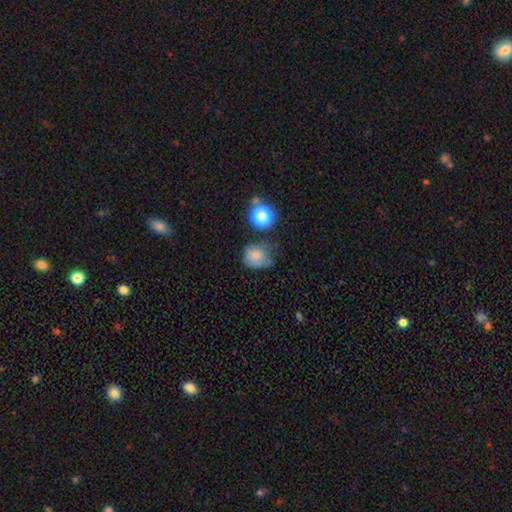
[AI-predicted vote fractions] This appears to be a smooth galaxy with no disk features (75%) that is round (61%). Merging: none (40%).